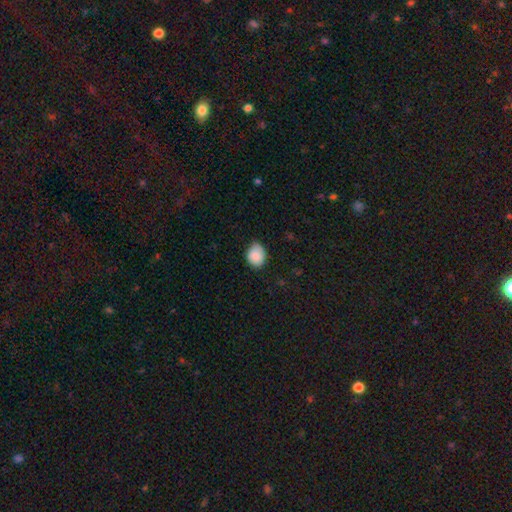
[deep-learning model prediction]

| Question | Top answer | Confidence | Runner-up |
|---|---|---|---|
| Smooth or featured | smooth | 86% | star or artifact (8%) |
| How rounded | in between | 50% | round (49%) |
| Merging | none | 63% | minor disturbance (32%) |